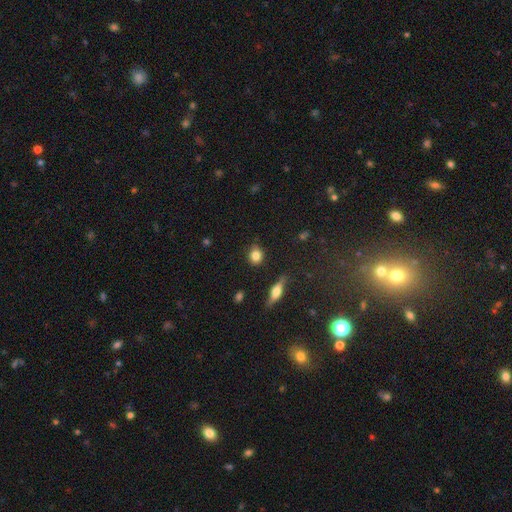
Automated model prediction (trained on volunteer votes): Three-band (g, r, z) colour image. It shows a smooth galaxy with no disk features (82%) that is round (65%). Merging: none (82%).